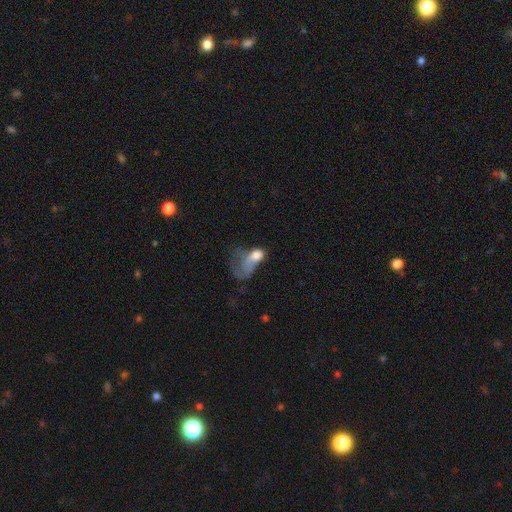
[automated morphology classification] A smooth galaxy with no disk features (61%) that is in between round and cigar-shaped (80%).

Vote fractions:
- Smooth or featured? smooth: 61% / featured or disk: 29% / star or artifact: 10%
- How rounded? in between: 80% / round: 17% / cigar-shaped: 3%
- Merging? major disturbance: 70% / minor disturbance: 11% / merger: 10% / none: 9%